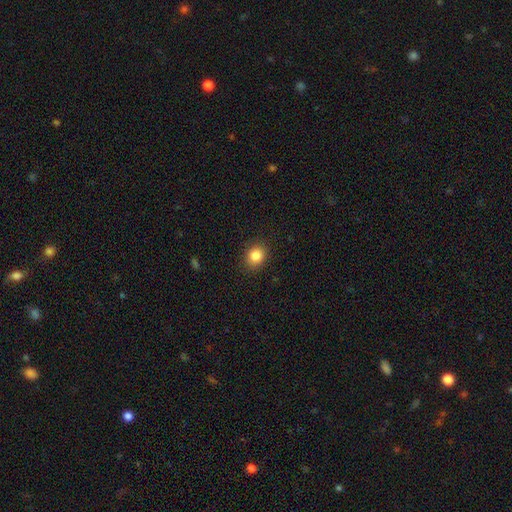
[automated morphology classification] type=smooth (85%); roundness=round (63%); merging=none (88%).